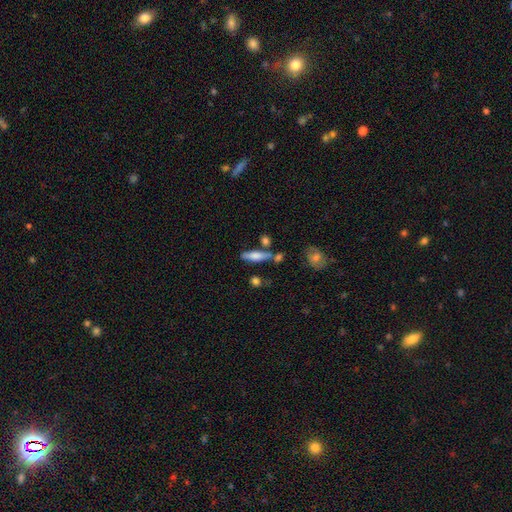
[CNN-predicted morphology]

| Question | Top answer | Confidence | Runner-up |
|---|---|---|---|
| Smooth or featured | smooth | 69% | featured or disk (24%) |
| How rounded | cigar-shaped | 61% | in between (36%) |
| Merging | none | 66% | minor disturbance (16%) |